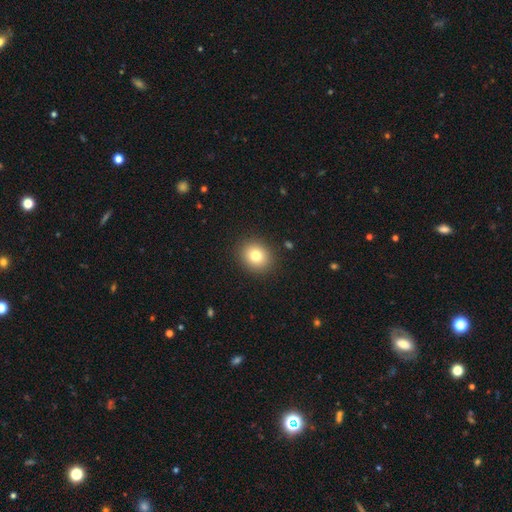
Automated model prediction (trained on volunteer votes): Morphology: type=smooth (80%); roundness=round (73%); merging=none (90%).